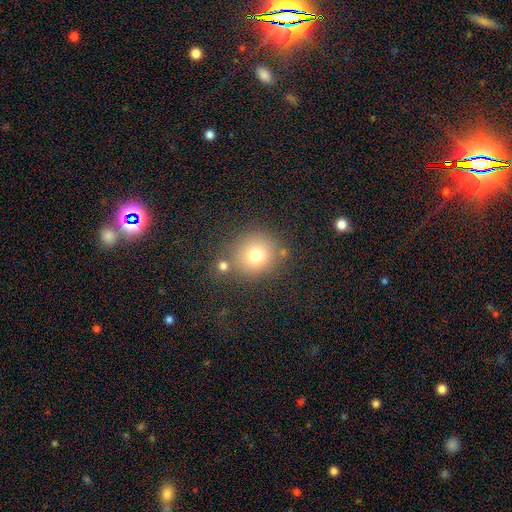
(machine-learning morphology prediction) This is likely a smooth galaxy (74%). How rounded: clearly round (88%). Merging: likely none (74%).